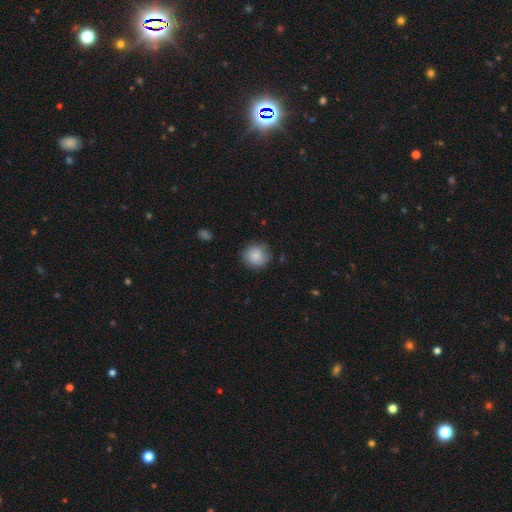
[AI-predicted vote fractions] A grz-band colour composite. It shows a smooth galaxy with no disk features (85%) that is round (90%). Merging: none (81%).